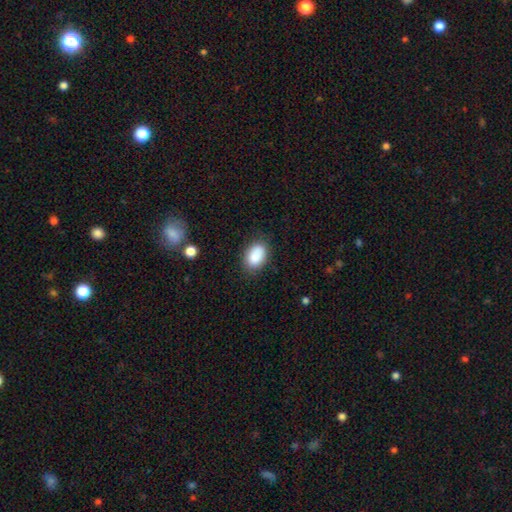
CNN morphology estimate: Smooth or featured? Predicted: smooth (p=0.87). How rounded? Predicted: in between (p=0.86). Merging? Predicted: none (p=0.80).